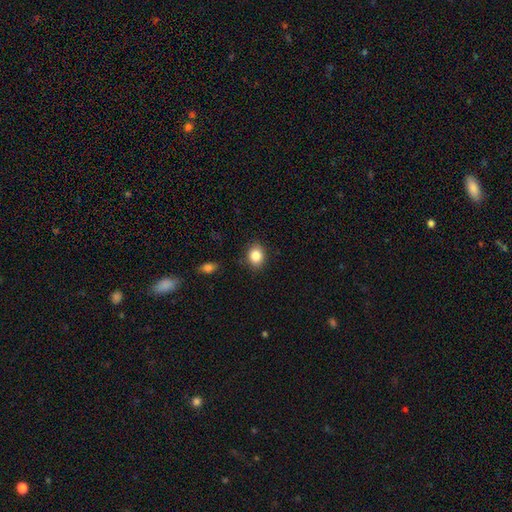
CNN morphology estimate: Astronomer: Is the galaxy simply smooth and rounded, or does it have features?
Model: smooth — 85%.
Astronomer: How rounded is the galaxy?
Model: round — 54% (runner-up: in between, 45%).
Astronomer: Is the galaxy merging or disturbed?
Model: none — 87%.